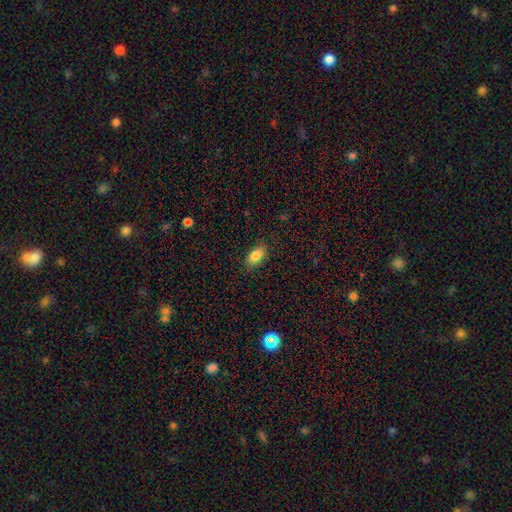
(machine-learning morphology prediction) The model was most divided on "merging": none: 86%, minor disturbance: 10%, major disturbance: 2%, merger: 1%. More confident: how rounded — in between (90%); smooth or featured — smooth (85%).